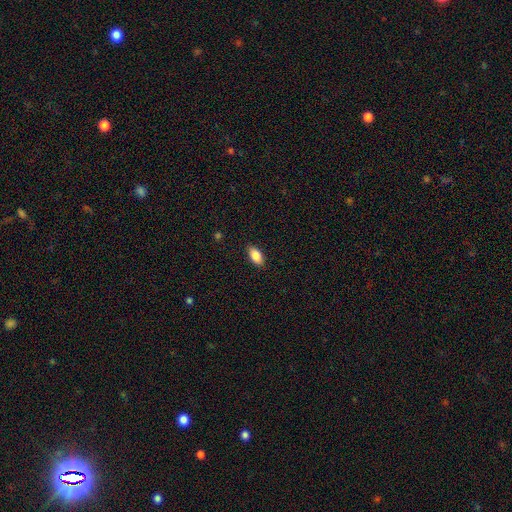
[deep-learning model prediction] Q: Smooth or featured?
A: smooth (86%); runner-up: star or artifact (7%)
Q: How rounded?
A: in between (91%); runner-up: cigar-shaped (5%)
Q: Merging?
A: none (88%); runner-up: minor disturbance (9%)